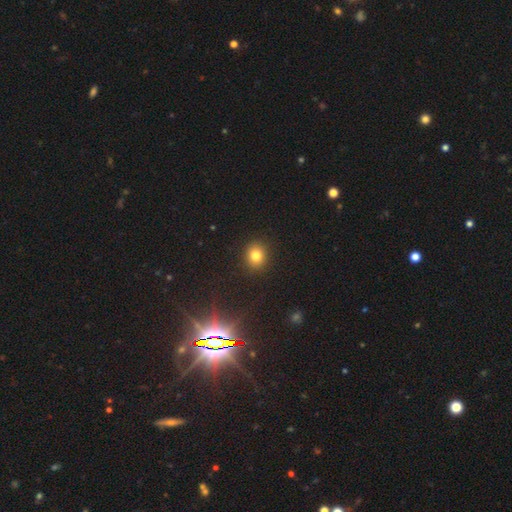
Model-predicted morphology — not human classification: Smooth or featured? smooth (80%)
How rounded? round (73%)
Merging? none (91%)